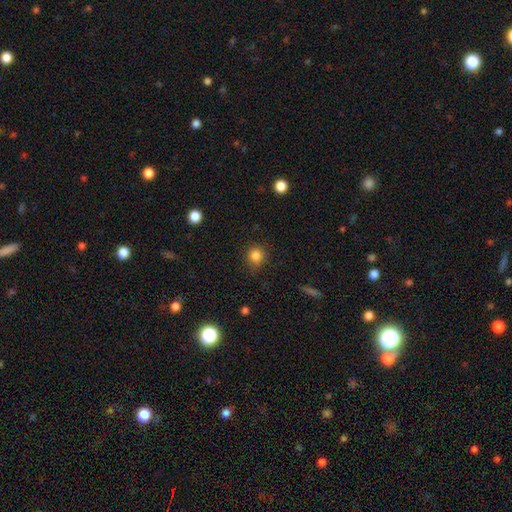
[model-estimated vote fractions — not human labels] Q: Smooth or featured?
A: smooth (84%); runner-up: star or artifact (11%)
Q: How rounded?
A: round (90%); runner-up: in between (9%)
Q: Merging?
A: none (83%); runner-up: minor disturbance (12%)